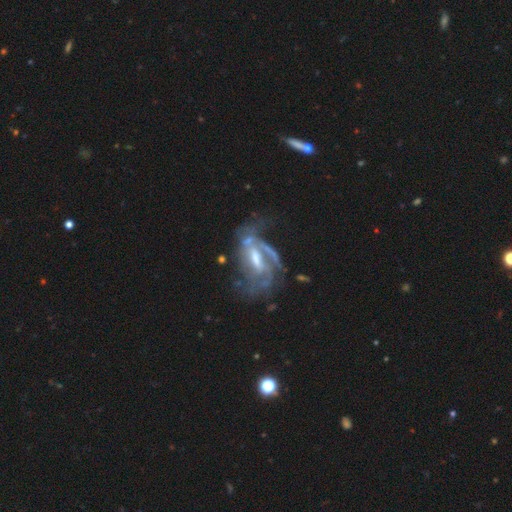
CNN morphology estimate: type=featured or disk (84%); edge-on=no (94%); bar=weak (43%); spiral arms=yes (88%); winding=medium (45%); arm count=2 (42%); bulge=moderate (49%); merging=none (40%).